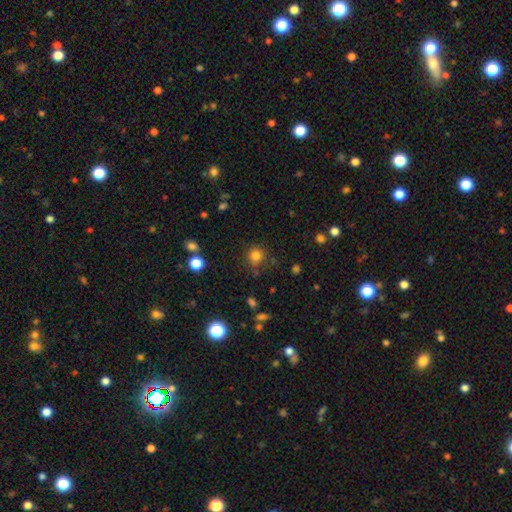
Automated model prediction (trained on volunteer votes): This is clearly a smooth galaxy (80%). How rounded: clearly round (91%). Merging: likely none (78%).